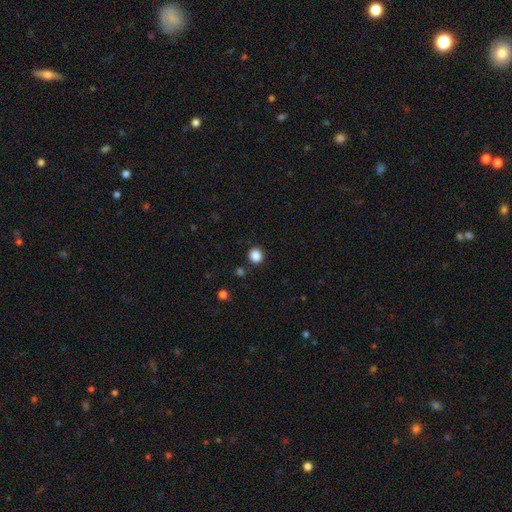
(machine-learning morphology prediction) type=smooth (87%); roundness=round (89%); merging=none (90%).